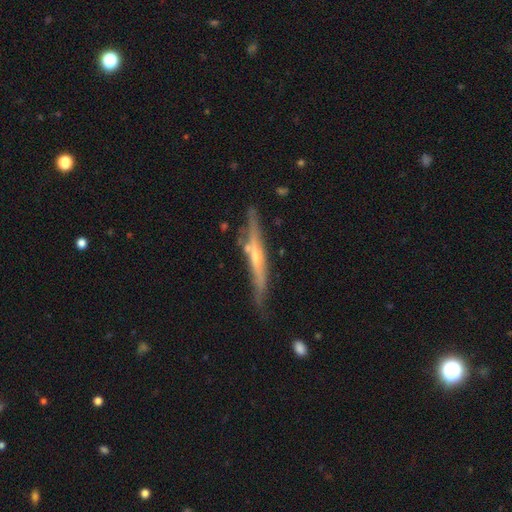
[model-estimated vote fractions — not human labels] A featured or disk galaxy (72%) viewed edge-on (92%) with a rounded central bulge (66%).

Vote fractions:
- Smooth or featured? featured or disk: 72% / smooth: 23% / star or artifact: 6%
- Edge-on disk? yes: 92% / no: 8%
- Edge-on bulge? rounded: 66% / none: 27% / boxy: 7%
- Merging? none: 70% / minor disturbance: 20% / merger: 6% / major disturbance: 5%